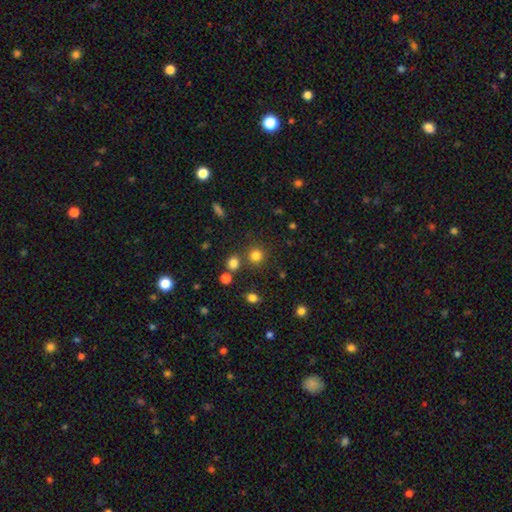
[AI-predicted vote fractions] This is likely a smooth galaxy (78%). How rounded: clearly round (91%). Merging: likely none (77%).